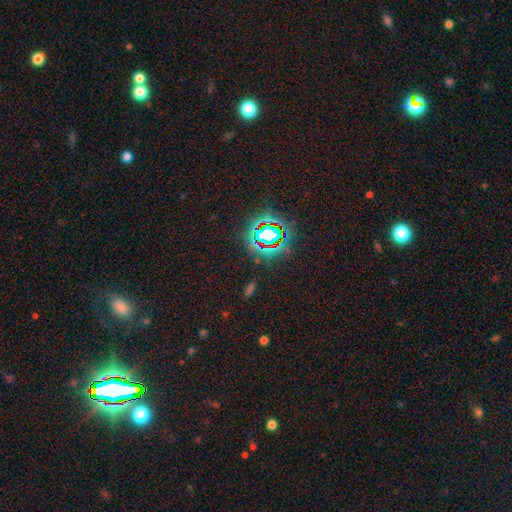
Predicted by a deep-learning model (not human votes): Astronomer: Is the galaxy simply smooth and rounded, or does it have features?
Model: star or artifact — 83%.